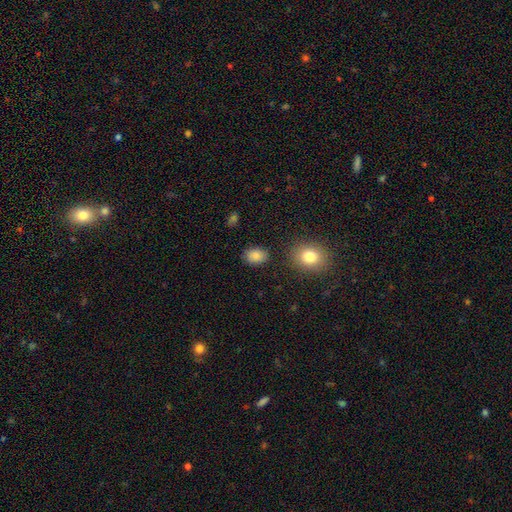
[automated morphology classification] Overall: smooth (86%). How rounded: in between (70%). Merging: none (85%).